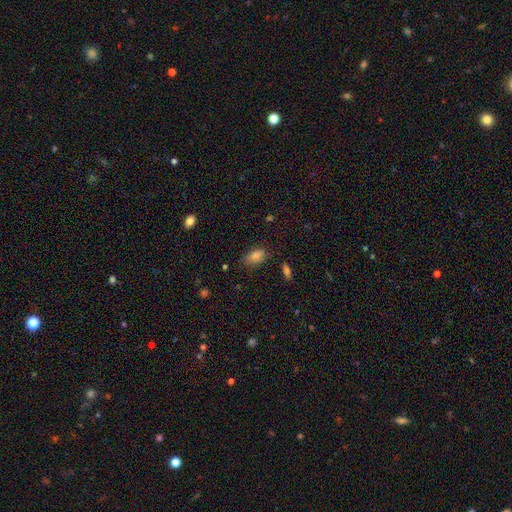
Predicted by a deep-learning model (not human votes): This is likely a smooth galaxy (79%). How rounded: clearly in between (87%). Merging: likely none (76%).